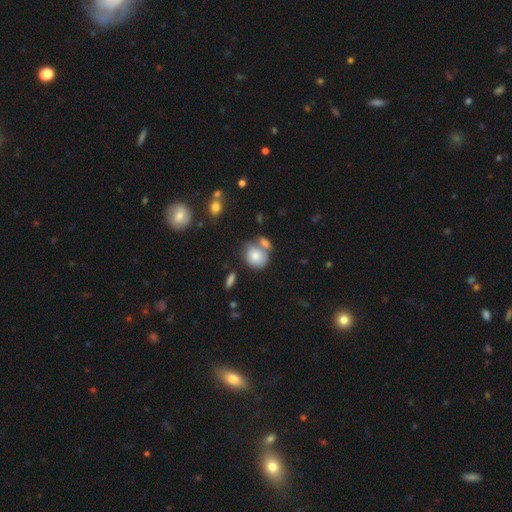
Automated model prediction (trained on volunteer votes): This is likely a smooth galaxy (79%). How rounded: possibly round (60%). Merging: possibly none (48%).